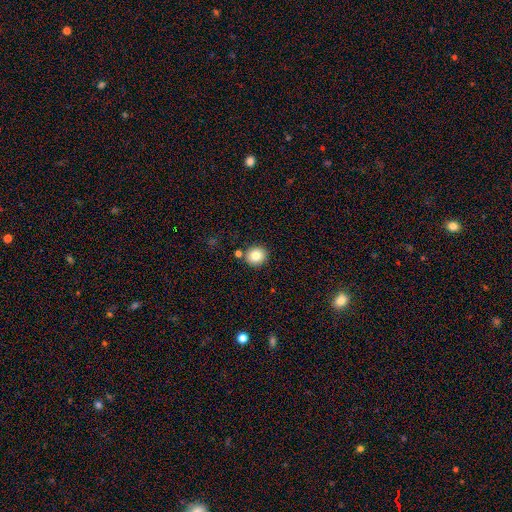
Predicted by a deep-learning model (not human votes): Overall: smooth (82%). How rounded: round (89%). Merging: none (84%).